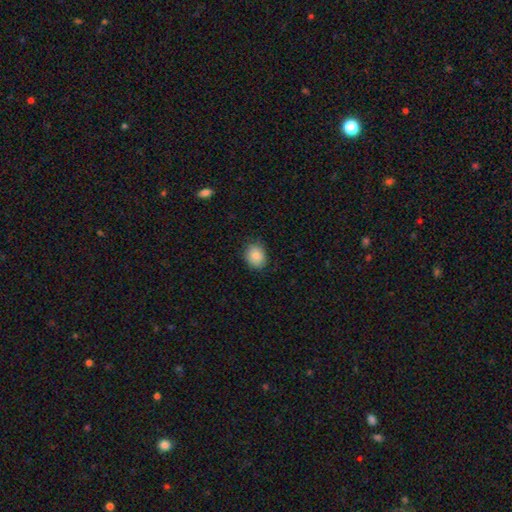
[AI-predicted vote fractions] A smooth galaxy with no disk features (86%) that is round (60%). Merging: none (82%).